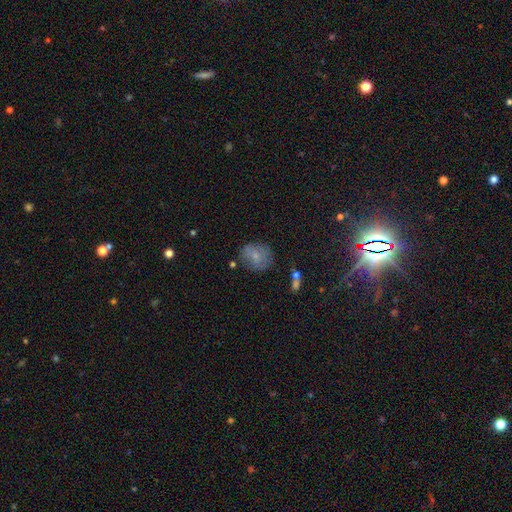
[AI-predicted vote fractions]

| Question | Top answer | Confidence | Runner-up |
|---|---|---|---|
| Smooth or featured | smooth | 62% | featured or disk (26%) |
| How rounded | round | 67% | in between (32%) |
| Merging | none | 65% | minor disturbance (22%) |